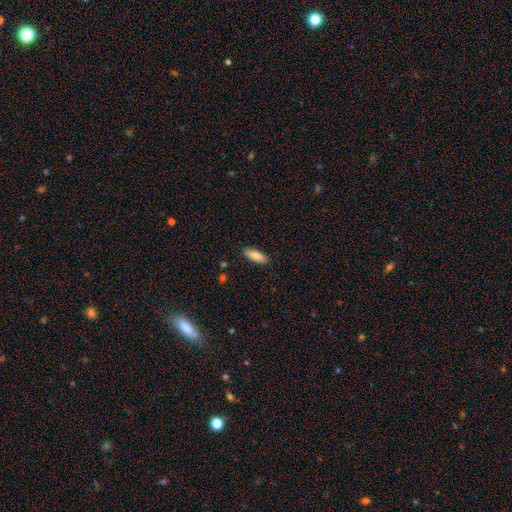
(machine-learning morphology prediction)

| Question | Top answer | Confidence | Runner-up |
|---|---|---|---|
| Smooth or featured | smooth | 85% | featured or disk (8%) |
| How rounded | in between | 65% | cigar-shaped (33%) |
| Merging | none | 89% | minor disturbance (8%) |